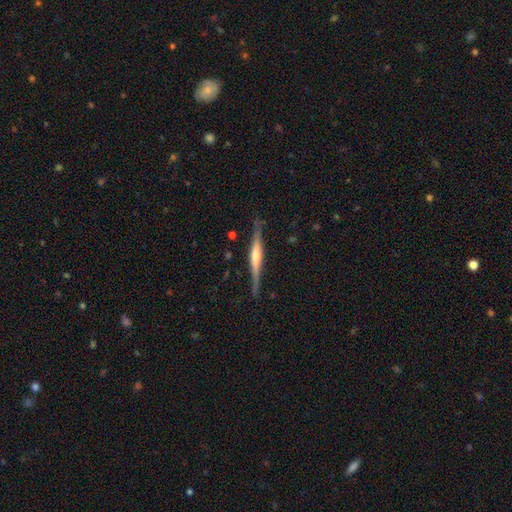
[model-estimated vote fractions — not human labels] Smooth or featured? Predicted: featured or disk (p=0.75). Edge-on disk? Predicted: yes (p=0.98). Edge-on bulge? Predicted: rounded (p=0.67). Merging? Predicted: none (p=0.86).